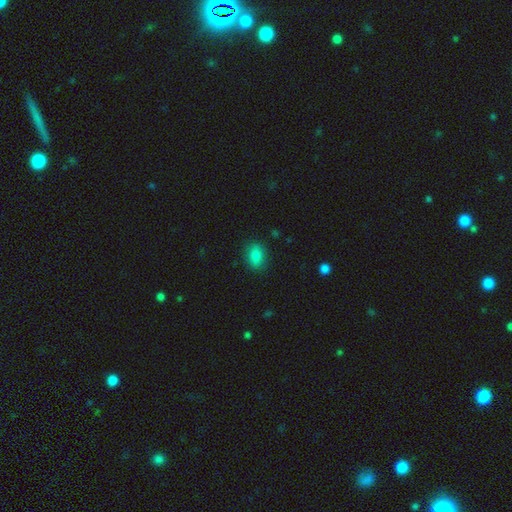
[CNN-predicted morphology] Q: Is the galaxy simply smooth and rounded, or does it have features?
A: smooth — 84%.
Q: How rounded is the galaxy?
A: in between — 74%.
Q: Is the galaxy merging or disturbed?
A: none — 86%.